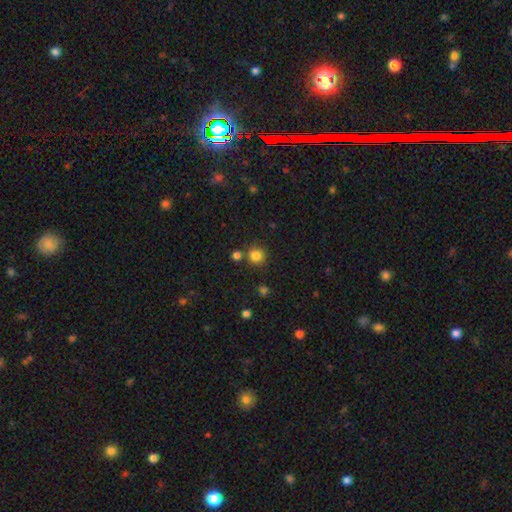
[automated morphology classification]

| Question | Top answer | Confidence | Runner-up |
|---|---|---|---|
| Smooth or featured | smooth | 83% | star or artifact (12%) |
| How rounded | round | 91% | in between (8%) |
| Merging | none | 79% | merger (10%) |